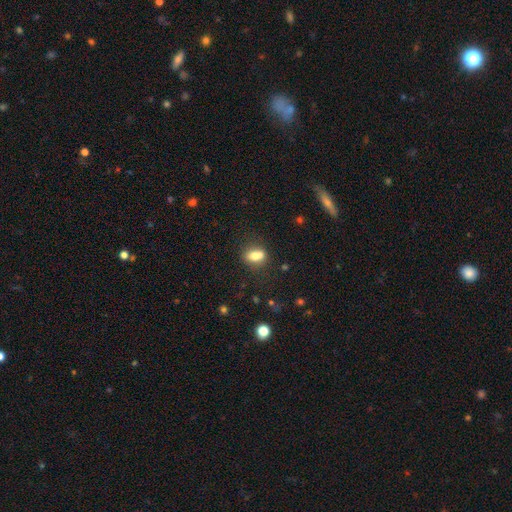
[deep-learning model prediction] A smooth galaxy with no disk features (72%) that is in between round and cigar-shaped (60%).

Vote fractions:
- Smooth or featured? smooth: 72% / featured or disk: 17% / star or artifact: 11%
- How rounded? in between: 60% / round: 36% / cigar-shaped: 4%
- Merging? none: 46% / merger: 36% / minor disturbance: 13% / major disturbance: 5%